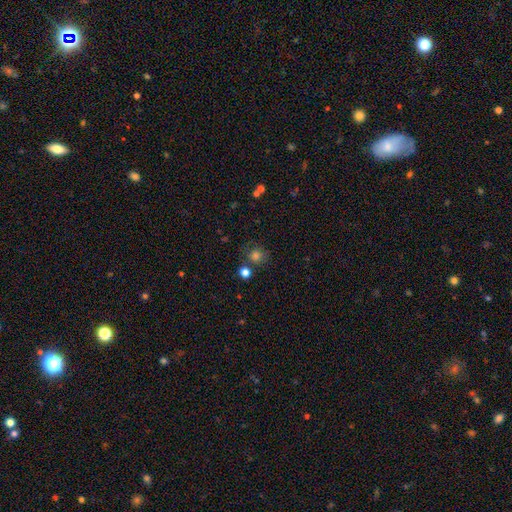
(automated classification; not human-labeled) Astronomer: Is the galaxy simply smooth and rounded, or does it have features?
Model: smooth — 78%.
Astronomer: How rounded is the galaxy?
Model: round — 86%.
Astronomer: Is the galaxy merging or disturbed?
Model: none — 71%.